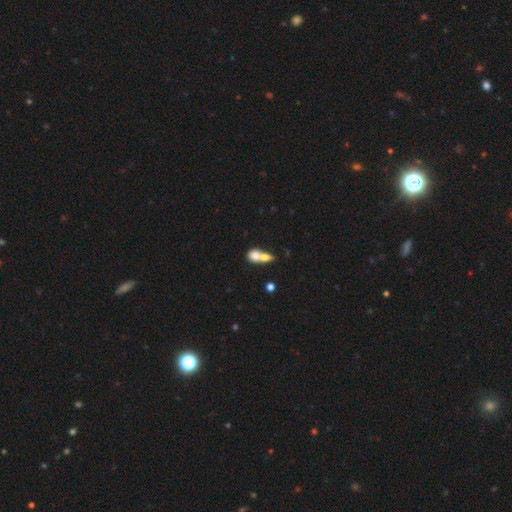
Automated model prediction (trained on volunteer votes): This appears to be a smooth galaxy with no disk features (73%) that is round (48%). Merging: merger (72%).